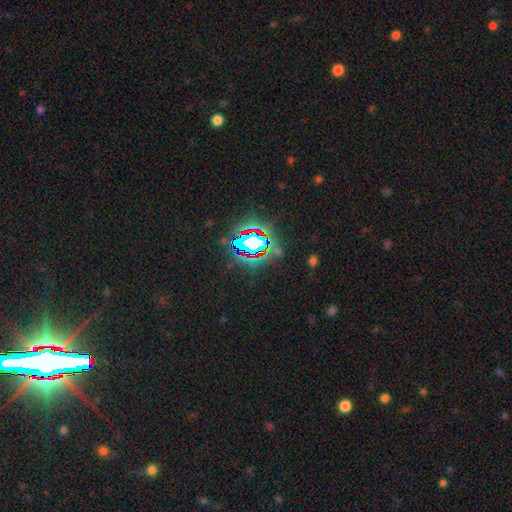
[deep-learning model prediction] smooth_or_featured: star or artifact (p=0.81) [alt: smooth p=0.11]